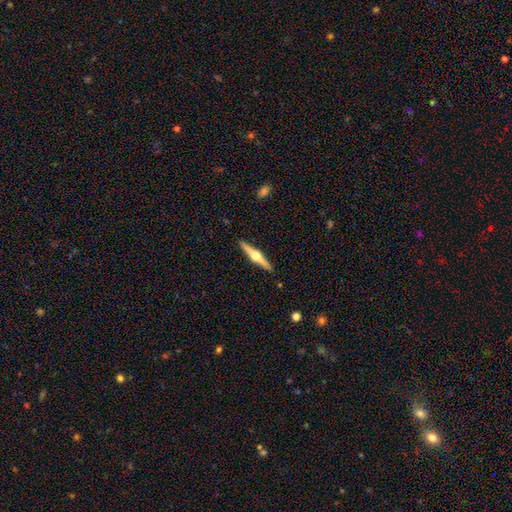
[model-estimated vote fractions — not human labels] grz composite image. It shows a featured or disk galaxy (73%) viewed edge-on (98%) with a rounded central bulge (96%). Merging: none (91%).